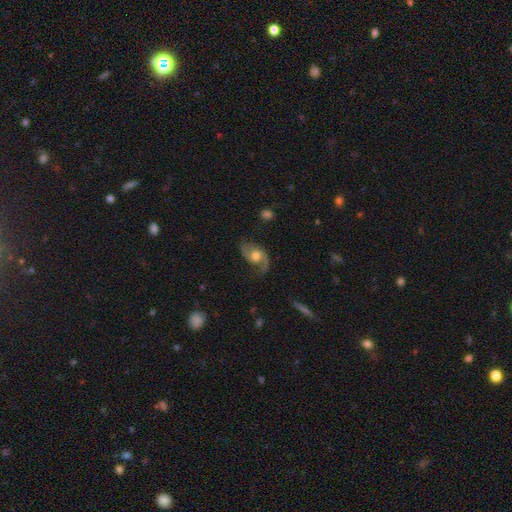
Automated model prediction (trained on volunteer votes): featured or disk 82%, smooth 12%, star or artifact 6%. Down the decision tree: edge-on disk — no (96%); bar — no (67%); spiral arms — yes (95%); spiral arm count — 2 (88%); spiral winding — loose (53%); bulge size — moderate (69%); merging — none (67%).